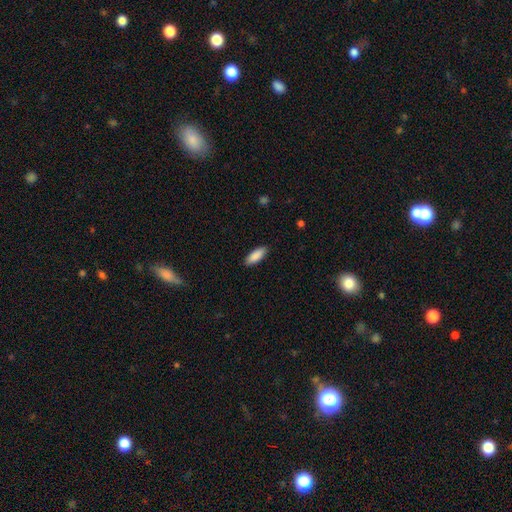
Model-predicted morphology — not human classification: This is clearly a smooth galaxy (89%). How rounded: likely in between (70%). Merging: clearly none (89%).